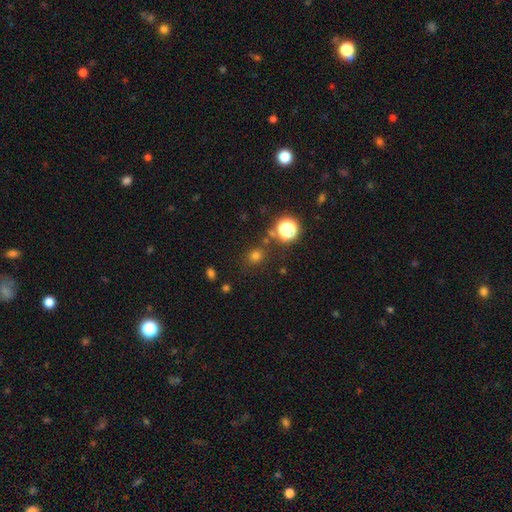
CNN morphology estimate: Smooth or featured? smooth (66%)
How rounded? round (86%)
Merging? none (82%)